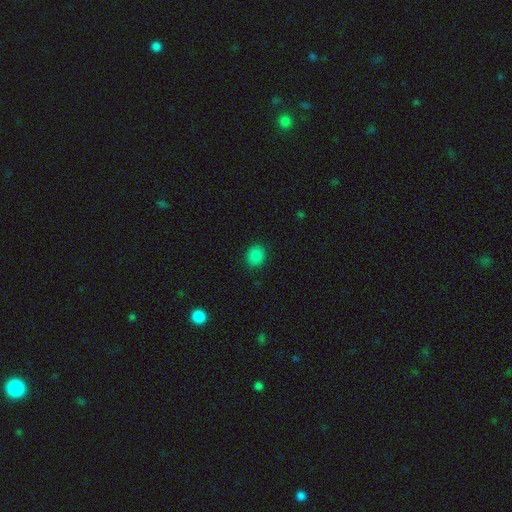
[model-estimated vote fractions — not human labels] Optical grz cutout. It shows a smooth galaxy with no disk features (85%) that is round (75%). Merging: none (89%).